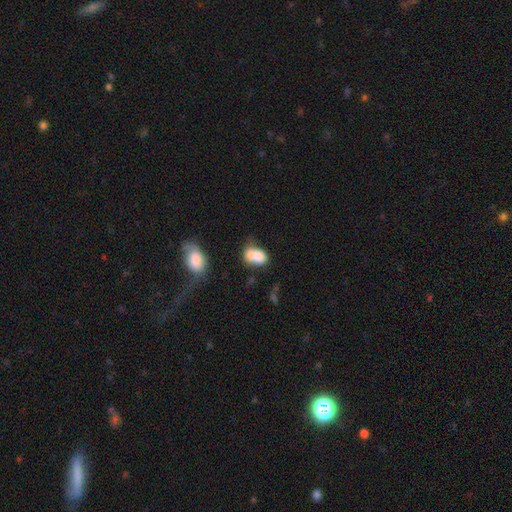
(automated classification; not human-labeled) smooth-or-featured: smooth: 78% | featured or disk: 13% | star or artifact: 9%
  how-rounded: in between: 84% | round: 14% | cigar-shaped: 2%
  merging: merger: 36% | none: 31% | minor disturbance: 22% | major disturbance: 10%